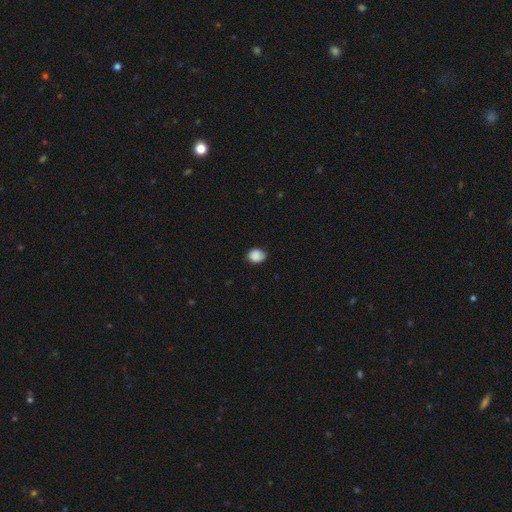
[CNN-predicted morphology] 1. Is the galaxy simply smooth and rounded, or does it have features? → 86% smooth, 9% star or artifact, 5% featured or disk.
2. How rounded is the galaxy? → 51% in between, 48% round, 1% cigar-shaped.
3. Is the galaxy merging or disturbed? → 74% none, 22% minor disturbance, 3% major disturbance, 1% merger.